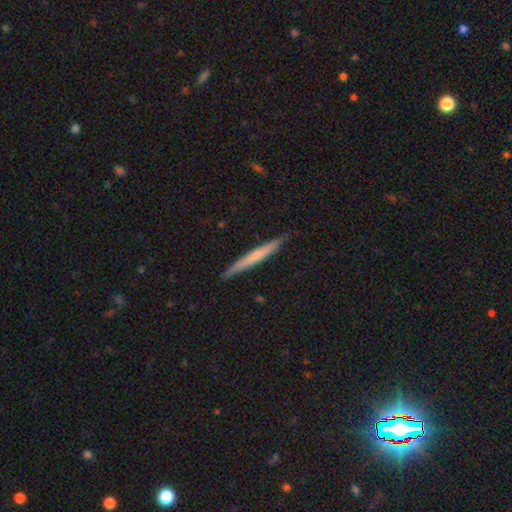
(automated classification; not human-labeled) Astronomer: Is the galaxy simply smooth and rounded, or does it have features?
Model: smooth — 52% (runner-up: featured or disk, 42%).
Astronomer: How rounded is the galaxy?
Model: cigar-shaped — 97%.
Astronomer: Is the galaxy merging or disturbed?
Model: none — 89%.